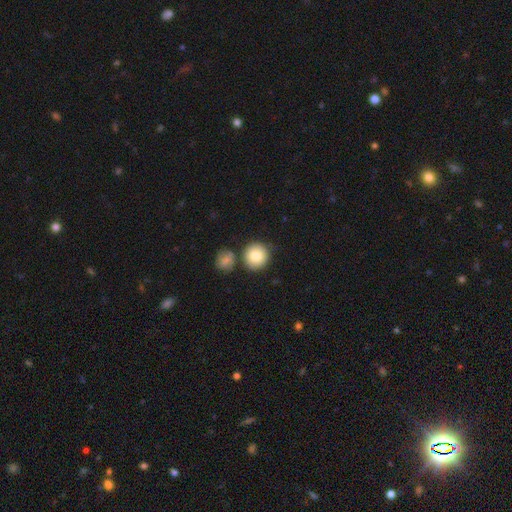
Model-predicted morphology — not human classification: A smooth galaxy with no disk features (84%) that is round (92%).

Vote fractions:
- Smooth or featured? smooth: 84% / featured or disk: 8% / star or artifact: 8%
- How rounded? round: 92% / in between: 7% / cigar-shaped: 1%
- Merging? none: 74% / merger: 13% / minor disturbance: 10% / major disturbance: 3%